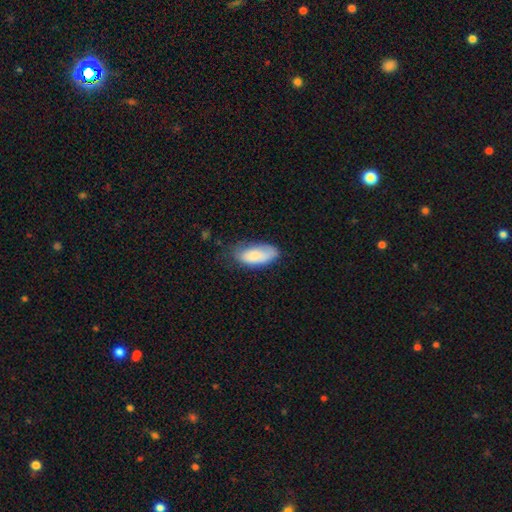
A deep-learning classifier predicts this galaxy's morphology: Smooth or featured?
  - smooth: 82% *
  - featured or disk: 11%
  - star or artifact: 7%
How rounded?
  - in between: 88% *
  - cigar-shaped: 10%
  - round: 2%
Merging?
  - none: 57% *
  - minor disturbance: 31%
  - major disturbance: 10%
  - merger: 2%